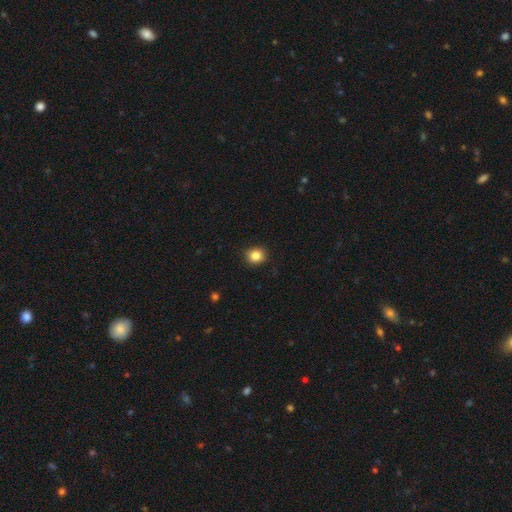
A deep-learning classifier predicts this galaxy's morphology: A smooth galaxy with no disk features (85%) that is round (78%). Merging: none (90%).